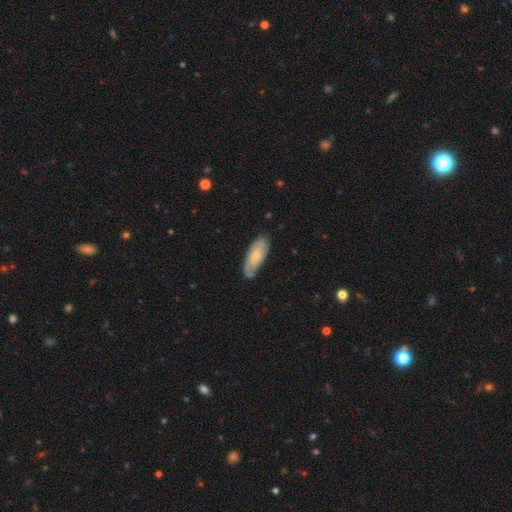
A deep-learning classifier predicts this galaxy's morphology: The model was most divided on "smooth or featured": smooth: 56%, featured or disk: 38%, star or artifact: 6%. More confident: how rounded — in between (77%); merging — none (67%).